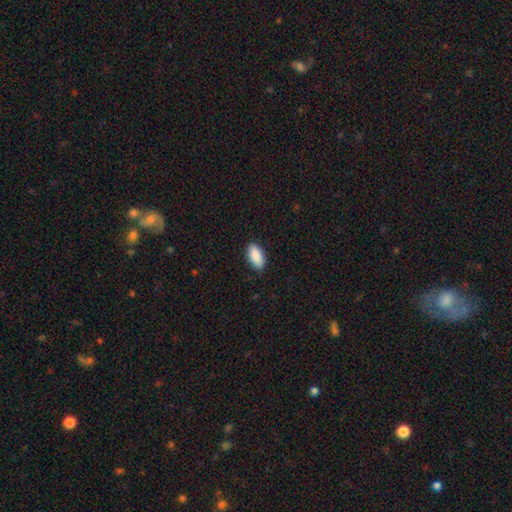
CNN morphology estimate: Smooth or featured: smooth — 90% (star or artifact — 6%)
How rounded: in between — 92% (cigar-shaped — 6%)
Merging: none — 88% (minor disturbance — 9%)